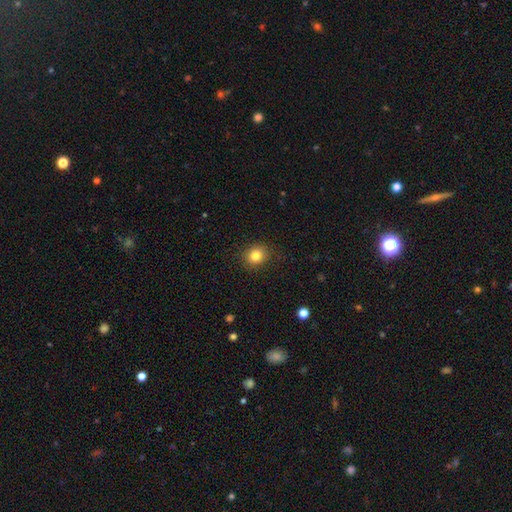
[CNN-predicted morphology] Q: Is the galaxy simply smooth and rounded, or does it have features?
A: smooth — 82%.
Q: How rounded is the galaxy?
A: round — 78%.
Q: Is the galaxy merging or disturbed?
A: none — 89%.